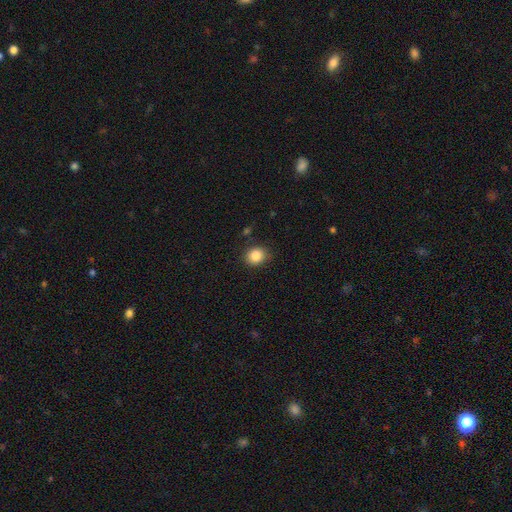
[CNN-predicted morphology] Smooth or featured? smooth (85%)
How rounded? round (71%)
Merging? none (86%)